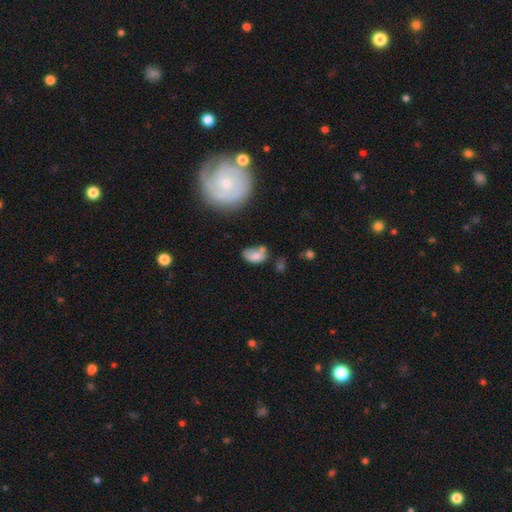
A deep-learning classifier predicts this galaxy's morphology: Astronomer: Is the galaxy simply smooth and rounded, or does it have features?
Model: smooth — 72%.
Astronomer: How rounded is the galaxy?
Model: in between — 90%.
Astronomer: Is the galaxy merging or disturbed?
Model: none — 37% (runner-up: minor disturbance, 29%).